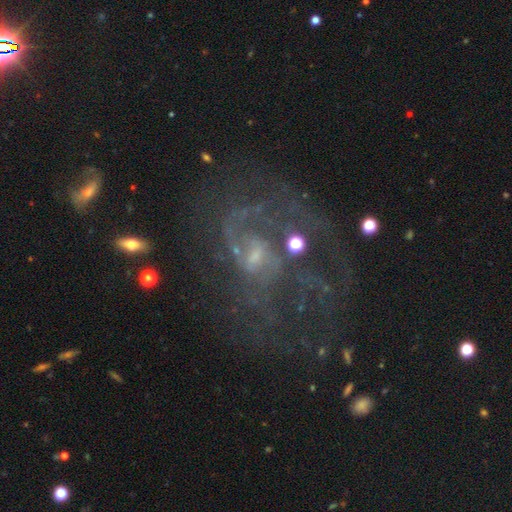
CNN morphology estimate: This is likely a featured or disk galaxy (76%). It is clearly not viewed edge-on (97%). Bar: possibly weak (46%). Spiral arm pattern: clearly yes (80%). Spiral arm count: marginally 2 (36%). Spiral winding: marginally medium (44%). Central bulge: possibly small (59%). Merging: marginally none (43%).